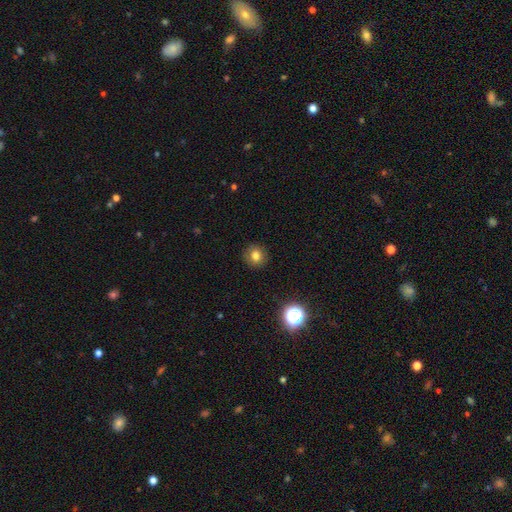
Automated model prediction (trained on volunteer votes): This is likely a smooth galaxy (78%). How rounded: clearly round (89%). Merging: clearly none (90%).